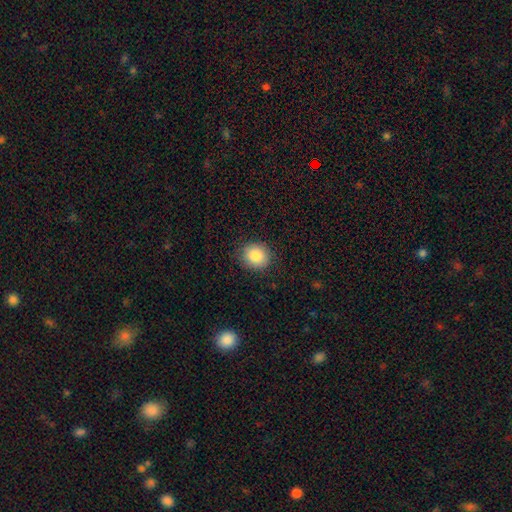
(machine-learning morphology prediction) smooth-or-featured: smooth: 86% | star or artifact: 8% | featured or disk: 6%
  how-rounded: round: 78% | in between: 22% | cigar-shaped: 1%
  merging: none: 87% | minor disturbance: 10% | major disturbance: 3% | merger: 1%